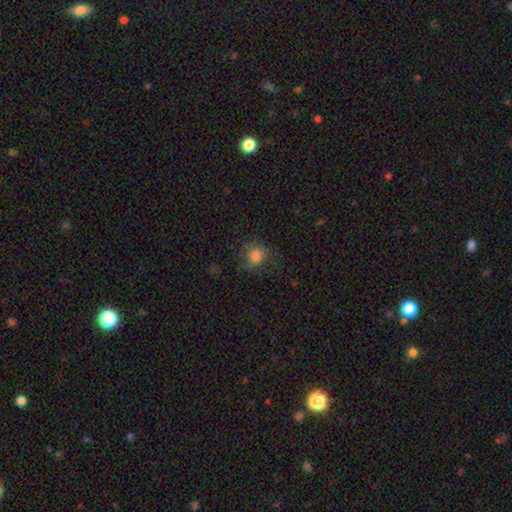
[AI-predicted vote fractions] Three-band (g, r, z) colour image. It shows a smooth galaxy with no disk features (74%) that is round (77%). Merging: none (58%).